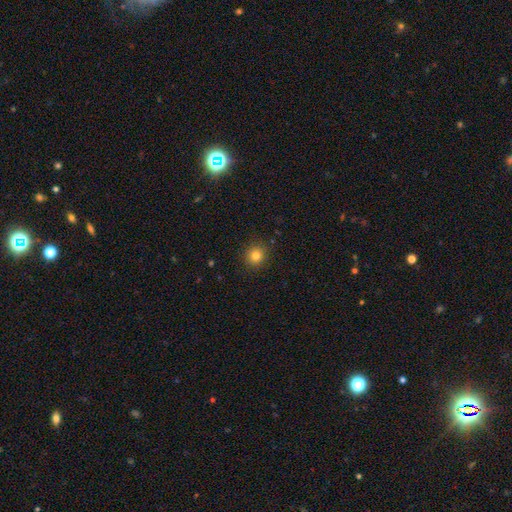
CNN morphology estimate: Smooth or featured? Predicted: smooth (p=0.81). How rounded? Predicted: round (p=0.89). Merging? Predicted: none (p=0.90).